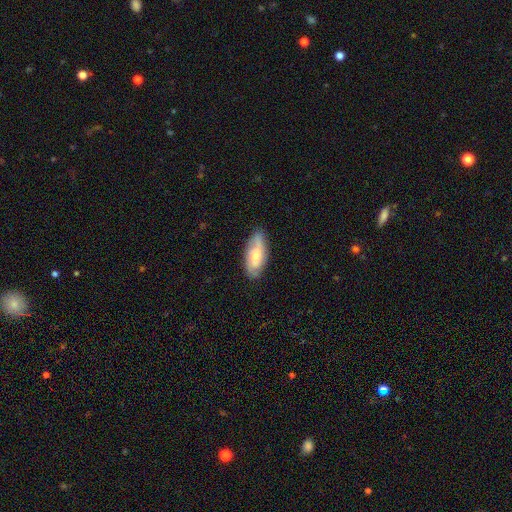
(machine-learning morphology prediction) This is possibly a smooth galaxy (51%). How rounded: clearly in between (82%). Merging: likely none (76%).